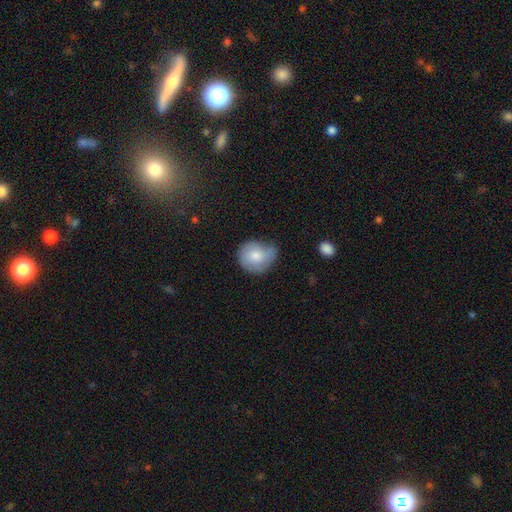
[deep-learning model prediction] smooth 72%, featured or disk 21%, star or artifact 7%. Down the decision tree: how rounded — round (78%); merging — none (43%).